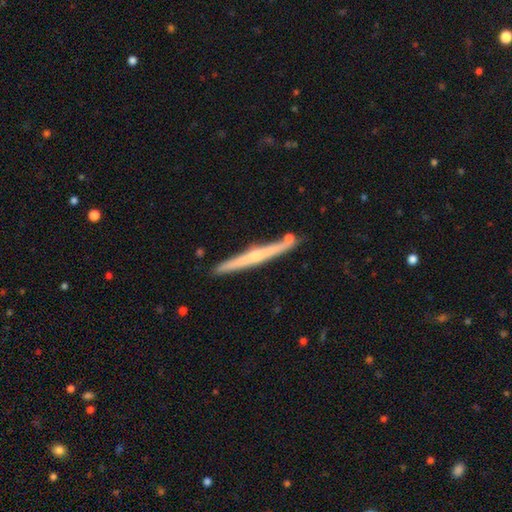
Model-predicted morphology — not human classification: A featured or disk galaxy (63%) viewed edge-on (98%) with a rounded central bulge (57%).

Vote fractions:
- Smooth or featured? featured or disk: 63% / smooth: 32% / star or artifact: 5%
- Edge-on disk? yes: 98% / no: 2%
- Edge-on bulge? rounded: 57% / none: 37% / boxy: 7%
- Merging? none: 87% / minor disturbance: 8% / merger: 4% / major disturbance: 2%